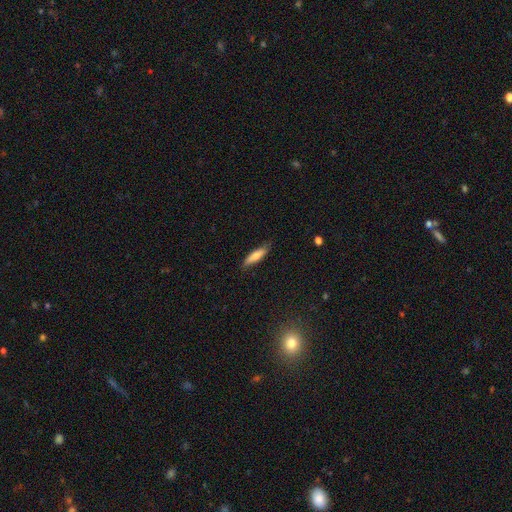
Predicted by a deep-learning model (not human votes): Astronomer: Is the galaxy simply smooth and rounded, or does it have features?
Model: smooth — 74%.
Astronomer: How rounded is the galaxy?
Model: cigar-shaped — 71%.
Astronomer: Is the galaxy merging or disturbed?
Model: none — 81%.